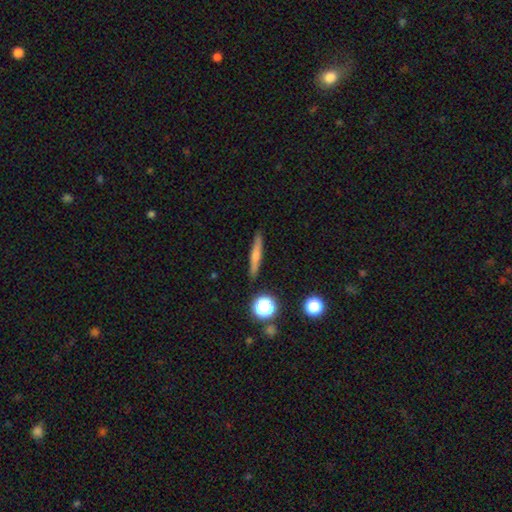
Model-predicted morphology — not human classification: This is possibly a smooth galaxy (58%). How rounded: clearly cigar-shaped (87%). Merging: clearly none (88%).